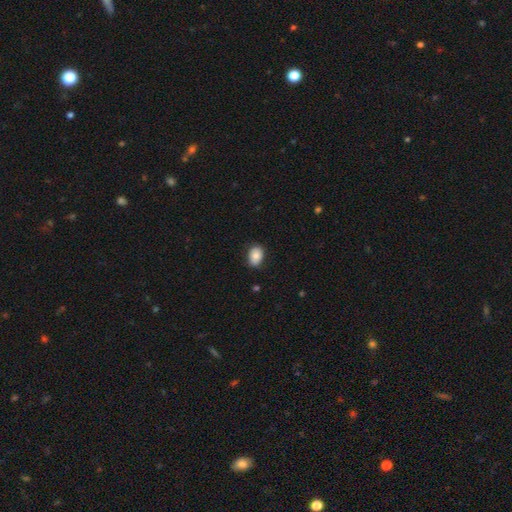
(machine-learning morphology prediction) The model was most divided on "how rounded": in between: 76%, round: 23%, cigar-shaped: 1%. More confident: smooth or featured — smooth (83%); merging — none (80%).